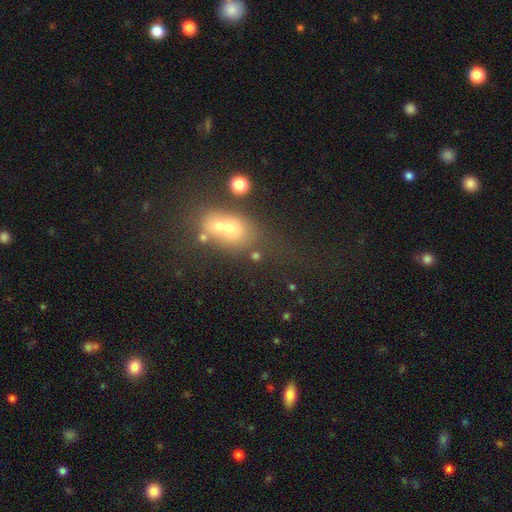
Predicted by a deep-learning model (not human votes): Smooth or featured? smooth (53%)
How rounded? in between (59%)
Merging? merger (47%)